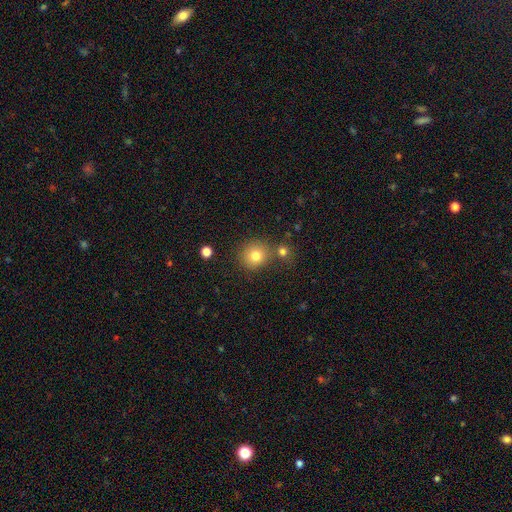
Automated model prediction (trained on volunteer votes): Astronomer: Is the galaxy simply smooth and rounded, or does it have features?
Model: smooth — 79%.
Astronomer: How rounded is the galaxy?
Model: round — 88%.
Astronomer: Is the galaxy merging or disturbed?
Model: none — 71%.